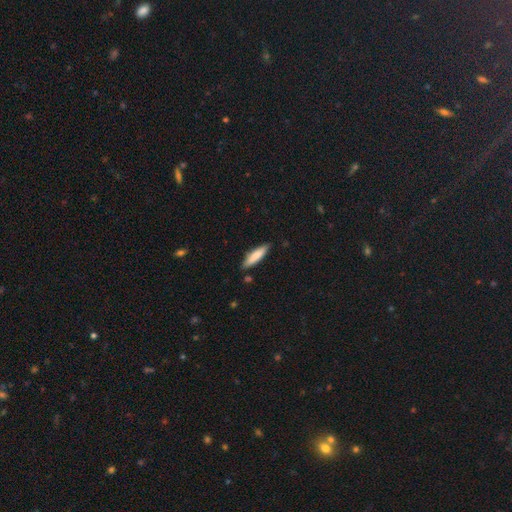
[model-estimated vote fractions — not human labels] A smooth galaxy with no disk features (79%) that is cigar-shaped (75%). Merging: none (85%).